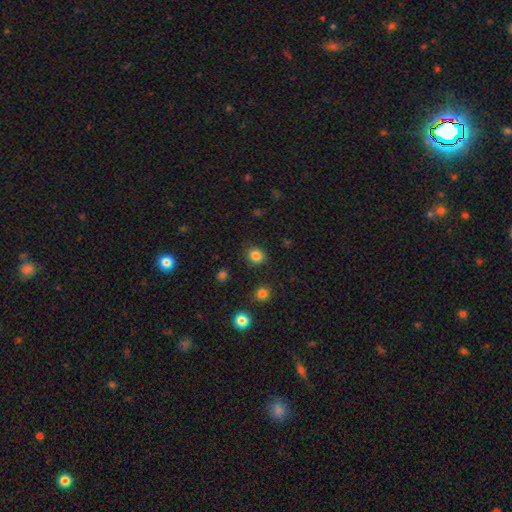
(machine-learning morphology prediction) A smooth galaxy with no disk features (84%) that is round (83%). Merging: none (90%).